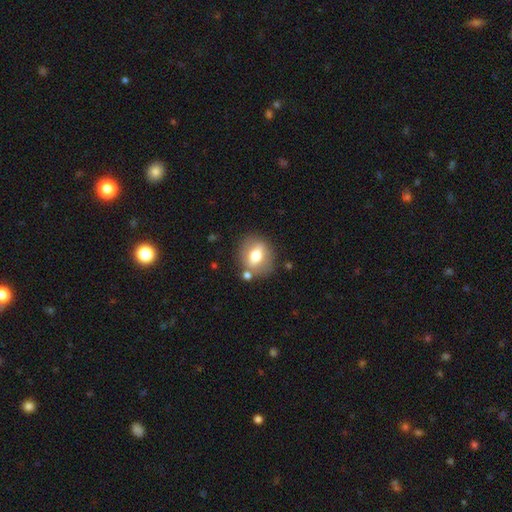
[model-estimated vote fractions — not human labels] Q: Smooth or featured?
A: smooth (59%); runner-up: featured or disk (33%)
Q: How rounded?
A: round (51%); runner-up: in between (46%)
Q: Merging?
A: none (77%); runner-up: minor disturbance (11%)